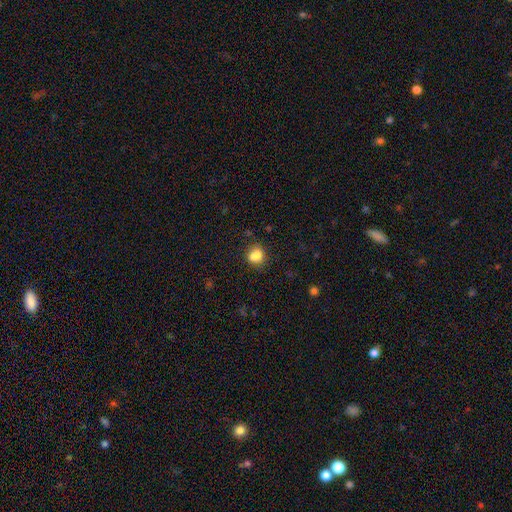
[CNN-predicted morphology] type=smooth (77%); roundness=round (58%); merging=none (50%).